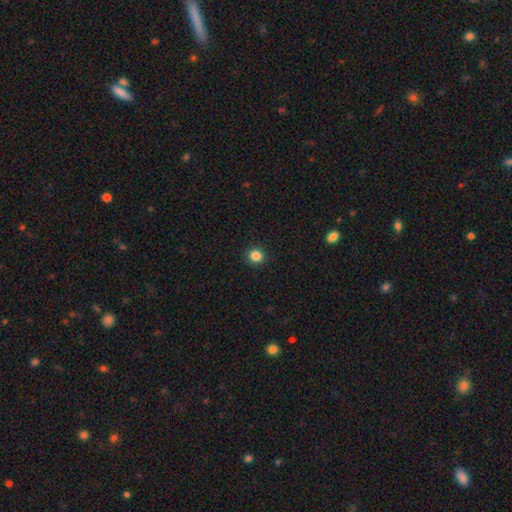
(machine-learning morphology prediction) Smooth or featured?
  - smooth: 85% *
  - star or artifact: 12%
  - featured or disk: 3%
How rounded?
  - round: 92% *
  - in between: 7%
  - cigar-shaped: 1%
Merging?
  - none: 92% *
  - minor disturbance: 5%
  - major disturbance: 2%
  - merger: 1%